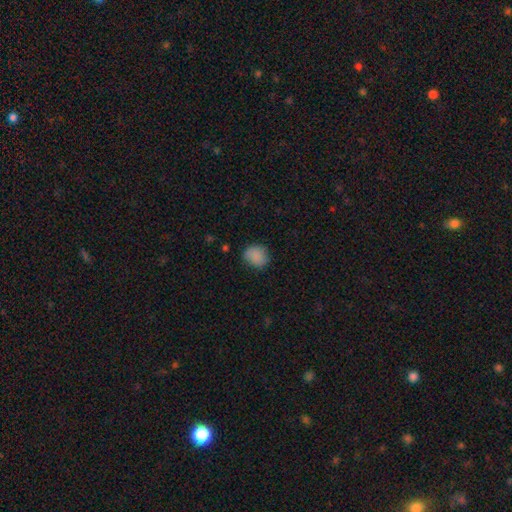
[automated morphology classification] type=smooth (86%); roundness=round (72%); merging=none (77%).